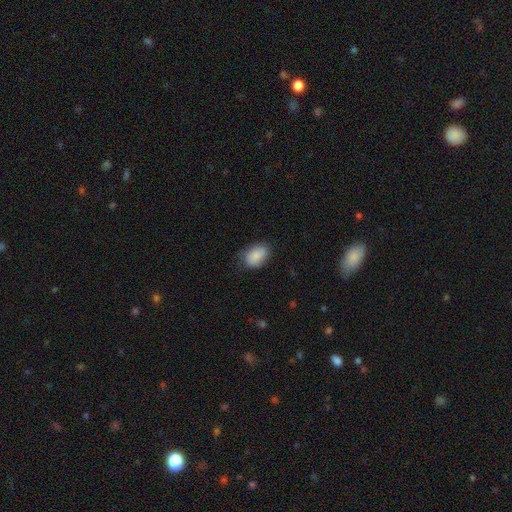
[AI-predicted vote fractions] Smooth or featured: smooth — 85% (featured or disk — 8%)
How rounded: in between — 83% (round — 16%)
Merging: none — 70% (minor disturbance — 24%)